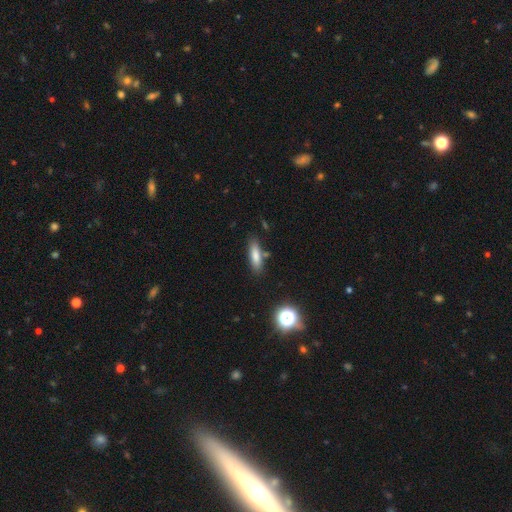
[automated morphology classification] type=smooth (79%); roundness=cigar-shaped (53%); merging=none (79%).